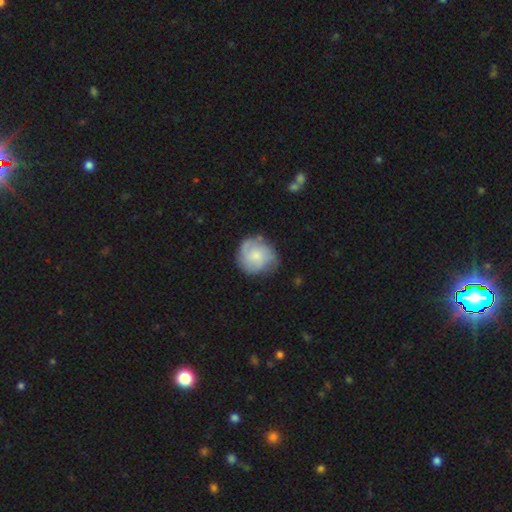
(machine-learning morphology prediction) smooth_or_featured: featured or disk (p=0.57) [alt: smooth p=0.37]
disk_edge_on: no (p=0.98) [alt: yes p=0.02]
bar: no (p=0.74) [alt: weak p=0.23]
has_spiral_arms: yes (p=0.88) [alt: no p=0.12]
bulge_size: small (p=0.52) [alt: moderate p=0.35]
merging: none (p=0.68) [alt: minor disturbance p=0.22]